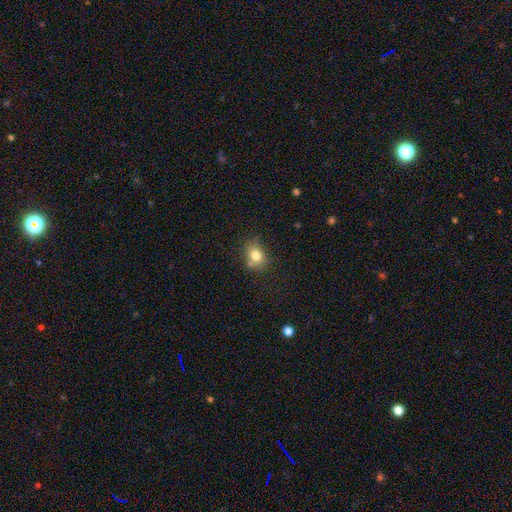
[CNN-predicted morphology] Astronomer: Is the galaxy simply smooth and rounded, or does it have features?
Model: smooth — 80%.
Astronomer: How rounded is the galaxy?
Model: in between — 59% (runner-up: round, 40%).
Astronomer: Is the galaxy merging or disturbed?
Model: none — 65%.